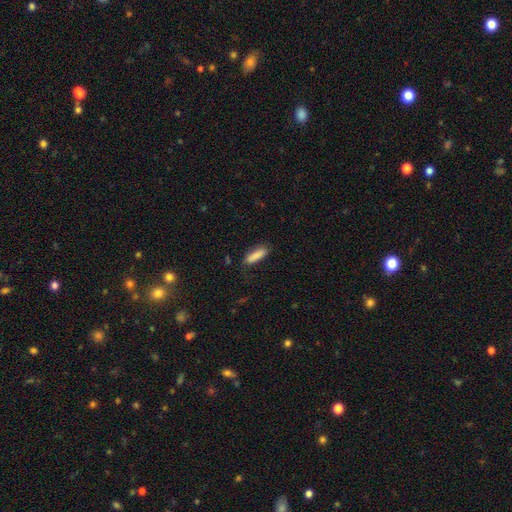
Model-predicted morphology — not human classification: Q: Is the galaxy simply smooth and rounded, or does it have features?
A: smooth — 86%.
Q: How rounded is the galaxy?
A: cigar-shaped — 59%.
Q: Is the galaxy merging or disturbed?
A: none — 76%.